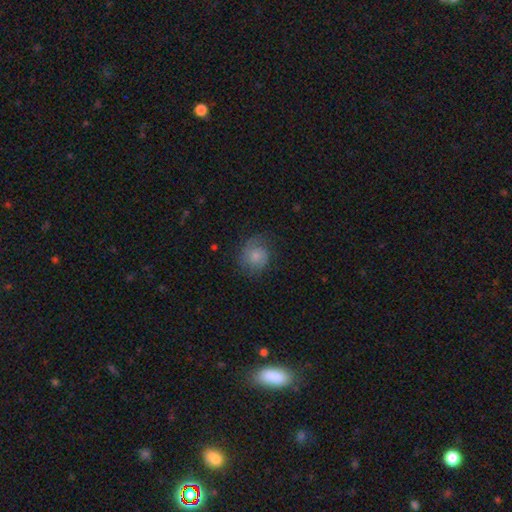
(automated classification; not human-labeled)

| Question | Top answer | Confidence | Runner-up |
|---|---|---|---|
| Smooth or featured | smooth | 62% | featured or disk (30%) |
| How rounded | round | 76% | in between (23%) |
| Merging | none | 59% | minor disturbance (25%) |